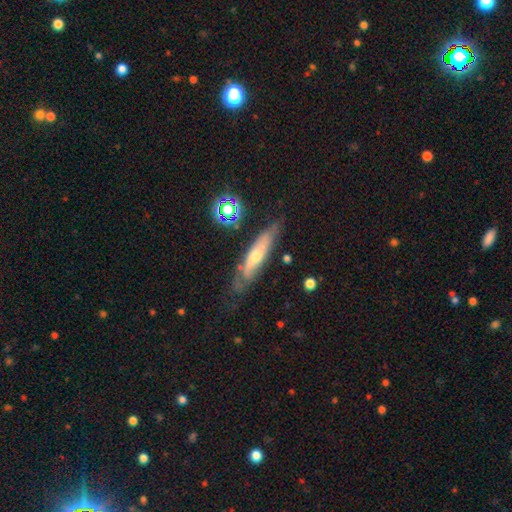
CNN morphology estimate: Q: Smooth or featured?
A: featured or disk (56%); runner-up: smooth (36%)
Q: Edge-on disk?
A: yes (60%); runner-up: no (40%)
Q: Merging?
A: none (65%); runner-up: minor disturbance (24%)